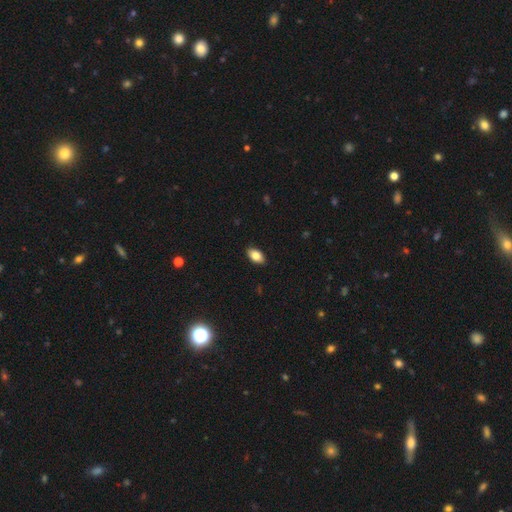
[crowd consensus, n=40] Smooth or featured? smooth (88%)
How rounded? in between (94%)
Merging? none (97%)